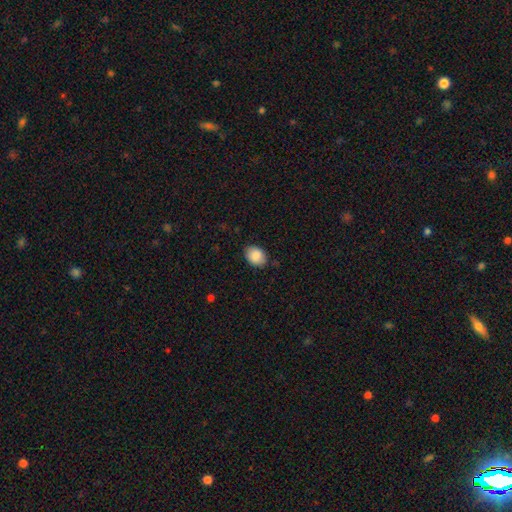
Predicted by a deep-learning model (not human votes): A smooth galaxy with no disk features (88%) that is in between round and cigar-shaped (67%).

Vote fractions:
- Smooth or featured? smooth: 88% / star or artifact: 7% / featured or disk: 5%
- How rounded? in between: 67% / round: 33% / cigar-shaped: 1%
- Merging? none: 83% / minor disturbance: 14% / major disturbance: 3% / merger: 1%